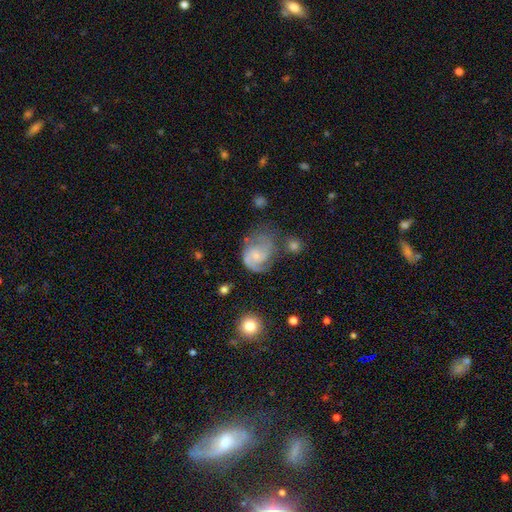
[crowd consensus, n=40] Smooth or featured? featured or disk (68%)
Edge-on disk? no (100%)
Bar? no (63%)
Spiral arms? yes (96%)
Spiral winding? medium (38%)
Spiral arm count? 2 (58%)
Bulge size? small (81%)
Merging? major disturbance (45%)